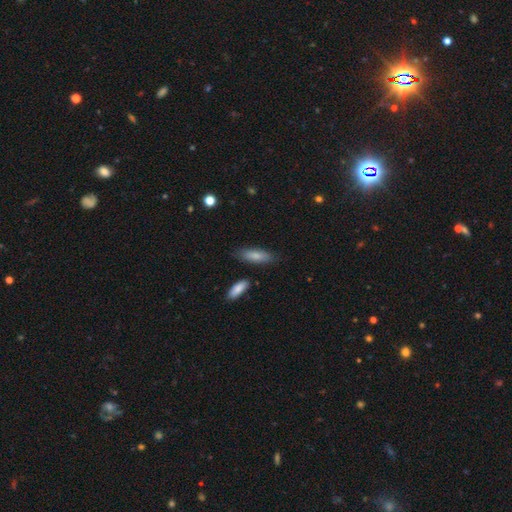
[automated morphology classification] Overall: smooth (81%). How rounded: in between (61%; cigar-shaped 37%). Merging: none (79%).